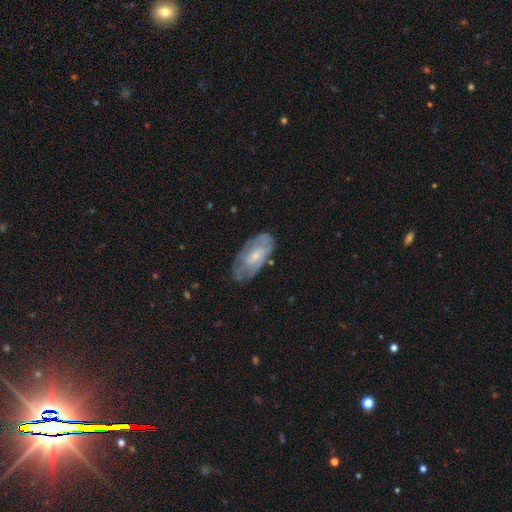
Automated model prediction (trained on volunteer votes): Morphology: type=featured or disk (58%); edge-on=no (91%); bar=no (60%); spiral arms=yes (61%); bulge=small (64%); merging=none (63%).